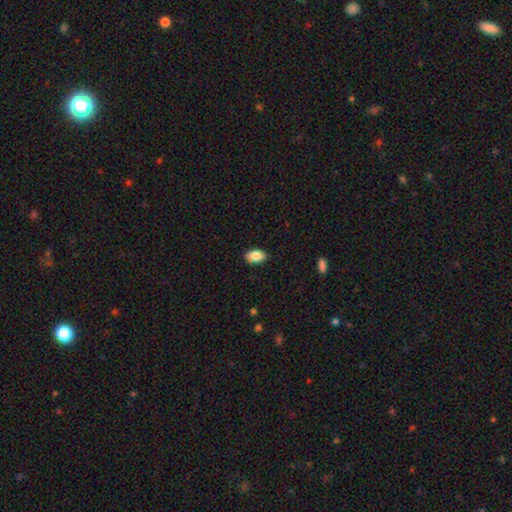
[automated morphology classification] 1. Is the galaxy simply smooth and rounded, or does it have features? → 88% smooth, 7% star or artifact, 5% featured or disk.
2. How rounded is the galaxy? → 91% in between, 7% round, 2% cigar-shaped.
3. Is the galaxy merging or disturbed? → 88% none, 10% minor disturbance, 2% major disturbance, 1% merger.